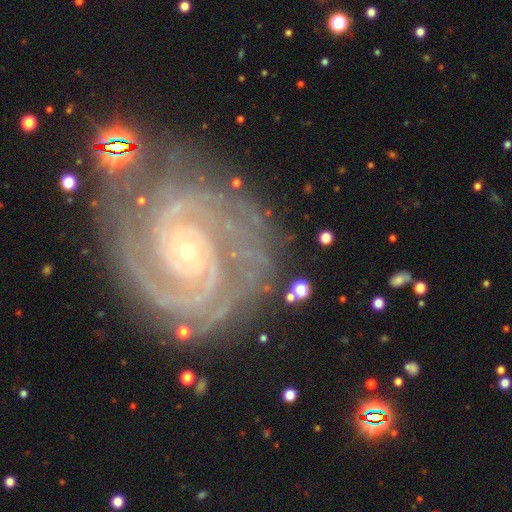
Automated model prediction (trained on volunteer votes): Smooth or featured?
  - featured or disk: 92% *
  - star or artifact: 5%
  - smooth: 2%
Edge-on disk?
  - no: 98% *
  - yes: 2%
Bar?
  - no: 75% *
  - weak: 15%
  - strong: 10%
Spiral arms?
  - yes: 99% *
  - no: 1%
Spiral winding?
  - tight: 79% *
  - medium: 19%
  - loose: 2%
Spiral arm count?
  - 2: 49% *
  - 3: 19%
  - 4: 10%
  - can't tell: 9%
  - more than 4: 7%
  - 1: 6%
Bulge size?
  - small: 82% *
  - moderate: 15%
  - large: 1%
  - none: 1%
  - dominant: 1%
Merging?
  - none: 75% *
  - minor disturbance: 15%
  - major disturbance: 6%
  - merger: 3%